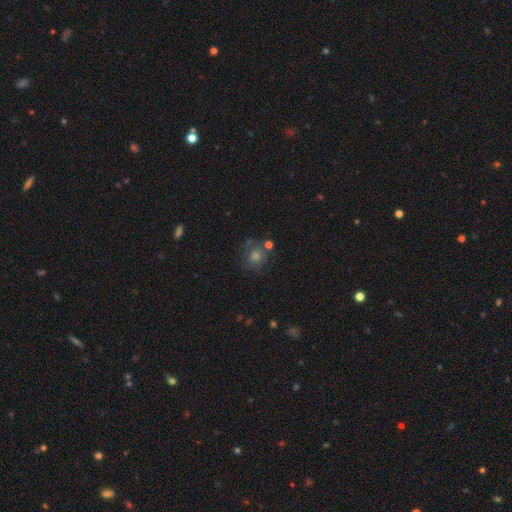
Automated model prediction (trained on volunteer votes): smooth-or-featured: smooth: 54% | star or artifact: 24% | featured or disk: 22%
  how-rounded: round: 84% | in between: 15% | cigar-shaped: 1%
  merging: none: 67% | minor disturbance: 15% | merger: 10% | major disturbance: 8%